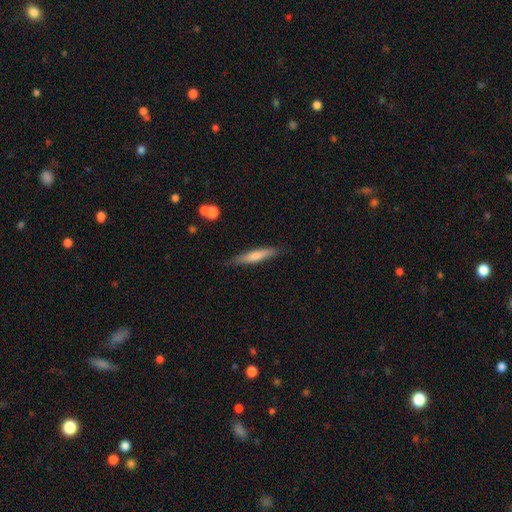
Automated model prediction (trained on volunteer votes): smooth 66%, featured or disk 29%, star or artifact 6%. Down the decision tree: how rounded — cigar-shaped (89%); merging — none (81%).